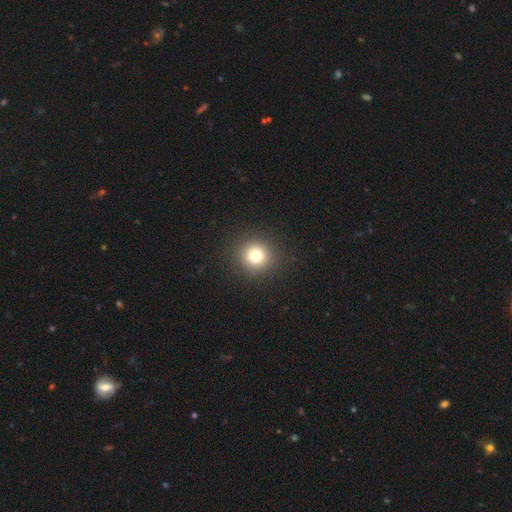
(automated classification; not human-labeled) smooth 78%, star or artifact 14%, featured or disk 8%. Down the decision tree: how rounded — round (93%); merging — none (91%).